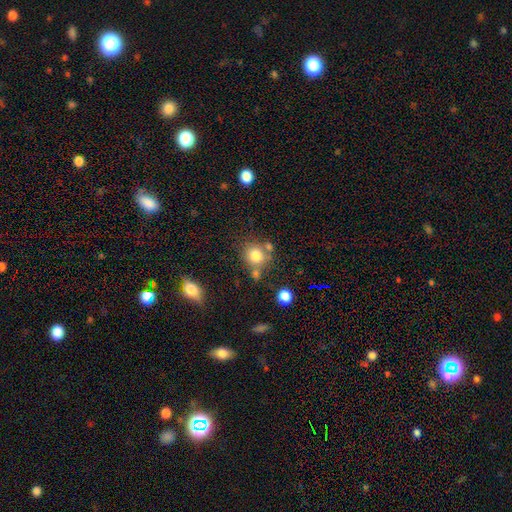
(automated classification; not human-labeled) Overall: smooth (78%). How rounded: round (83%). Merging: none (62%).